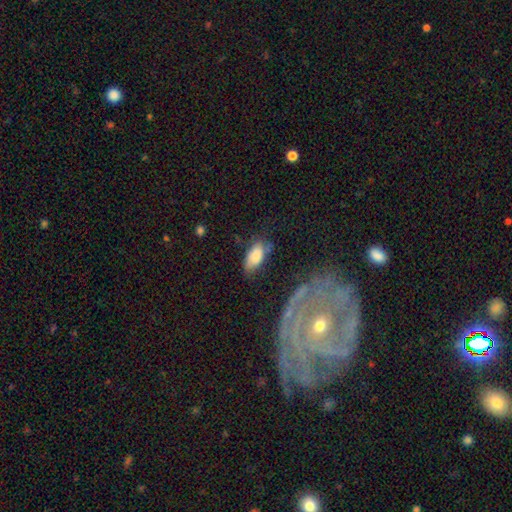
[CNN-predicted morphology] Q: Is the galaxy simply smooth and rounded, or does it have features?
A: smooth — 78%.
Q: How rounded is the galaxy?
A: in between — 90%.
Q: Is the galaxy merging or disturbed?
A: none — 50%.